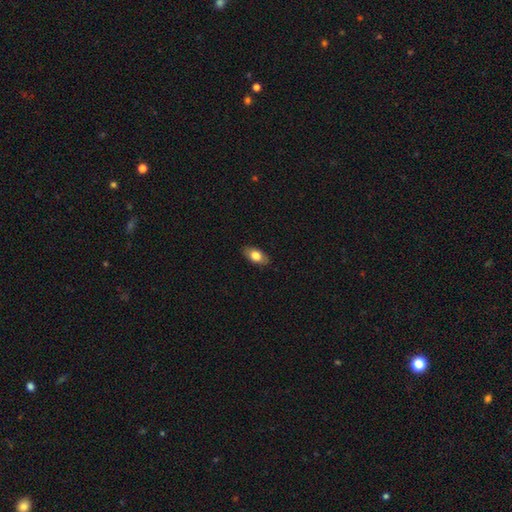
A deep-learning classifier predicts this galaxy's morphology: type=smooth (78%); roundness=in between (90%); merging=none (87%).